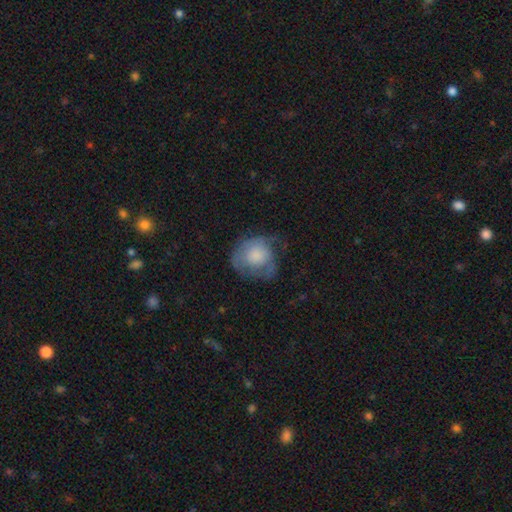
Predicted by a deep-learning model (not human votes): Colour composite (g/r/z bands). It shows a smooth galaxy with no disk features (58%) that is round (74%). Merging: none (41%).